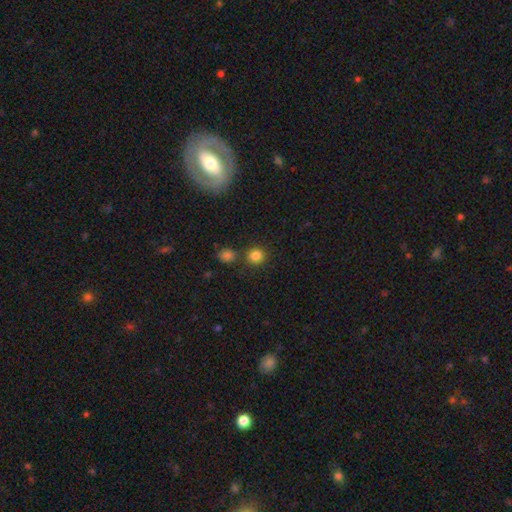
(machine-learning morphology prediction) This appears to be a smooth galaxy with no disk features (83%) that is round (90%). Merging: none (78%).